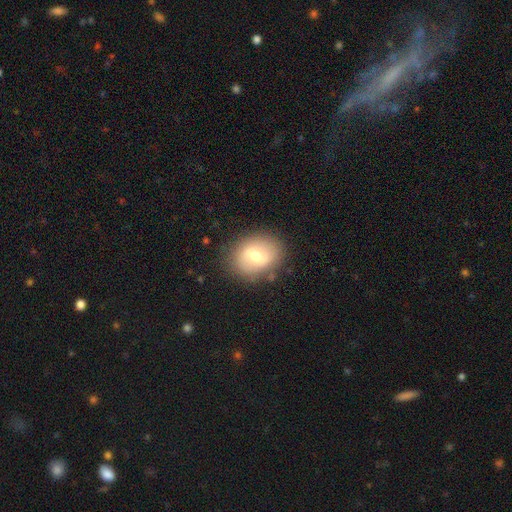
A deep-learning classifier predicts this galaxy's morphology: This appears to be a smooth galaxy with no disk features (63%) that is in between round and cigar-shaped (50%). Merging: none (81%).